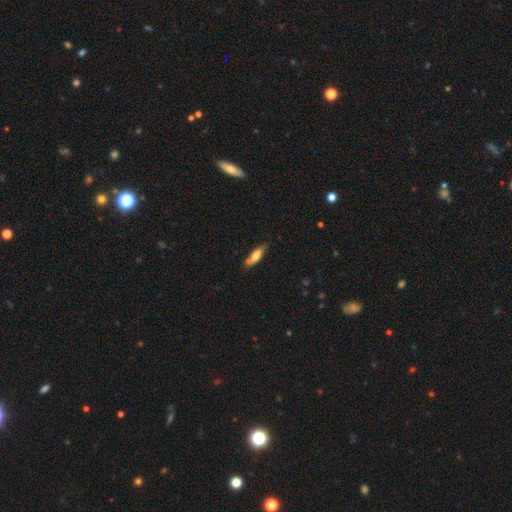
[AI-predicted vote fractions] Overall: smooth (63%; featured or disk 30%). How rounded: cigar-shaped (56%; in between 42%). Merging: none (64%).